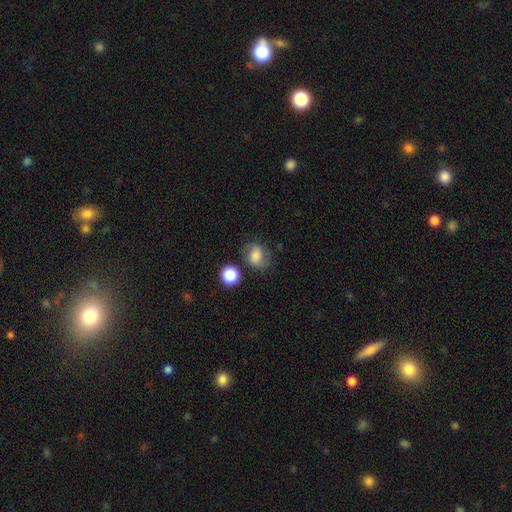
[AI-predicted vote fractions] A smooth galaxy with no disk features (63%) that is in between round and cigar-shaped (52%). Merging: none (66%).